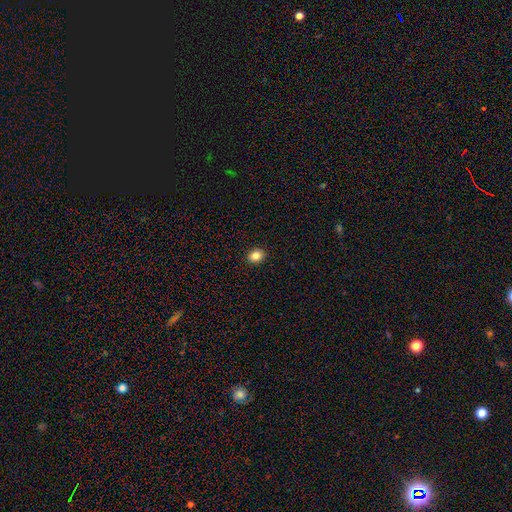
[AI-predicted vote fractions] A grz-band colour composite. It shows a smooth galaxy with no disk features (84%) that is round (55%). Merging: none (92%).